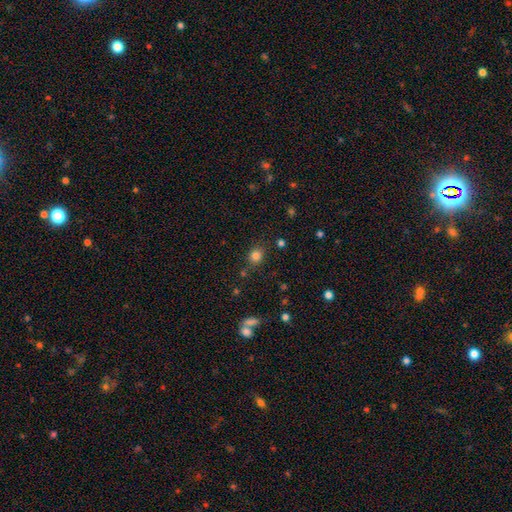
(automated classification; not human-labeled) Q: Smooth or featured?
A: smooth (81%); runner-up: star or artifact (14%)
Q: How rounded?
A: round (78%); runner-up: in between (21%)
Q: Merging?
A: none (82%); runner-up: minor disturbance (11%)